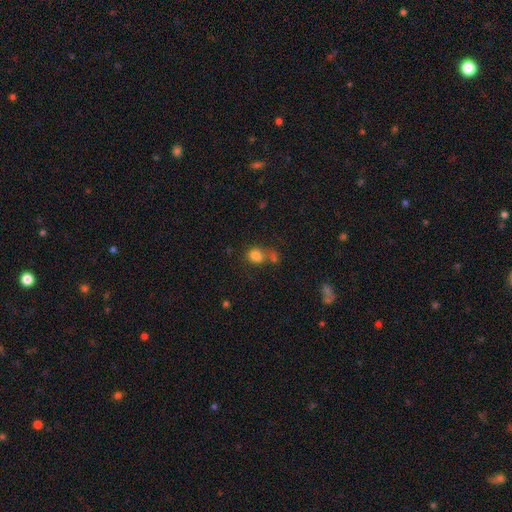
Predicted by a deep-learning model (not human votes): Smooth or featured: smooth — 81% (star or artifact — 12%)
How rounded: round — 65% (in between — 34%)
Merging: none — 47% (merger — 31%)